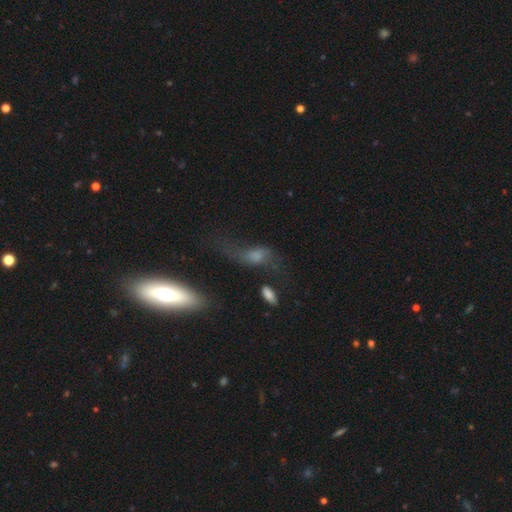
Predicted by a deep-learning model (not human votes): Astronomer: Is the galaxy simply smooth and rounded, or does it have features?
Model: featured or disk — 43%, tied with smooth at 43%.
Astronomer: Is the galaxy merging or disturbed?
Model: major disturbance — 38% (runner-up: none, 33%).